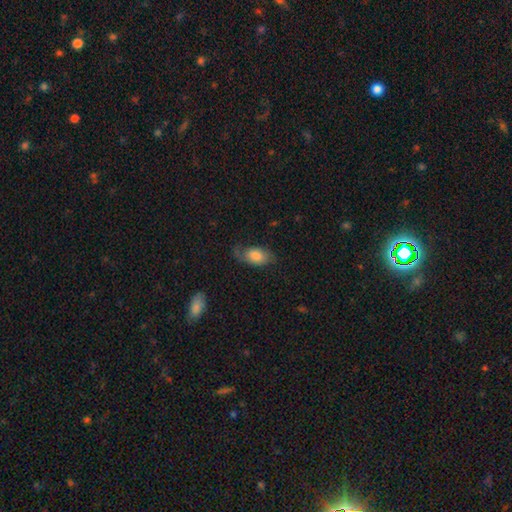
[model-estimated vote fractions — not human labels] A smooth galaxy with no disk features (62%) that is in between round and cigar-shaped (90%).

Vote fractions:
- Smooth or featured? smooth: 62% / featured or disk: 31% / star or artifact: 7%
- How rounded? in between: 90% / round: 8% / cigar-shaped: 3%
- Merging? none: 52% / minor disturbance: 27% / major disturbance: 18% / merger: 2%